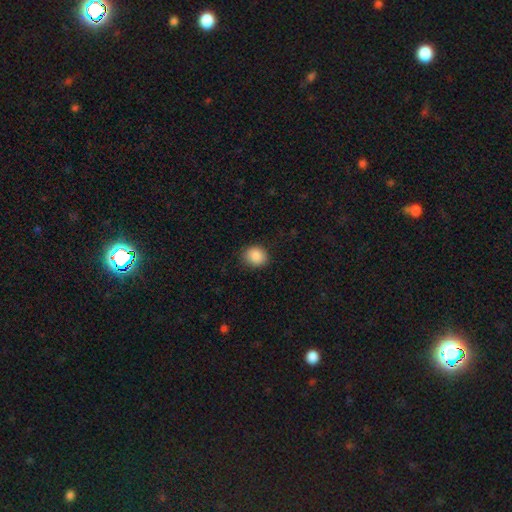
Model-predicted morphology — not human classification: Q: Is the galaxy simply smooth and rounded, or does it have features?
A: smooth — 88%.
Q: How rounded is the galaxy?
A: round — 70%.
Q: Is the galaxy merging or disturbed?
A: none — 87%.